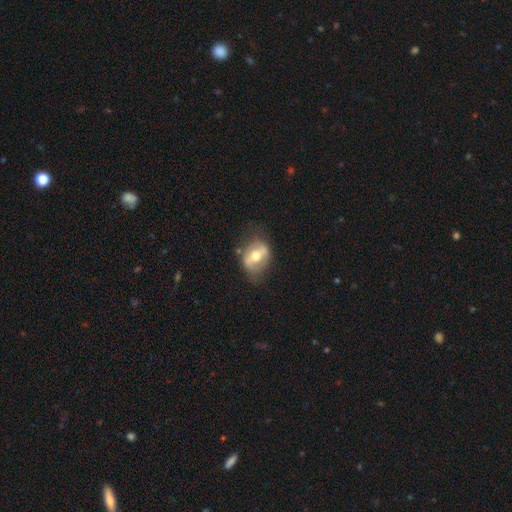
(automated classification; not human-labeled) smooth_or_featured: featured or disk (p=0.58) [alt: smooth p=0.36]
disk_edge_on: no (p=0.88) [alt: yes p=0.12]
bar: strong (p=0.51) [alt: weak p=0.29]
has_spiral_arms: no (p=0.63) [alt: yes p=0.37]
bulge_size: moderate (p=0.70) [alt: small p=0.18]
merging: none (p=0.64) [alt: minor disturbance p=0.23]